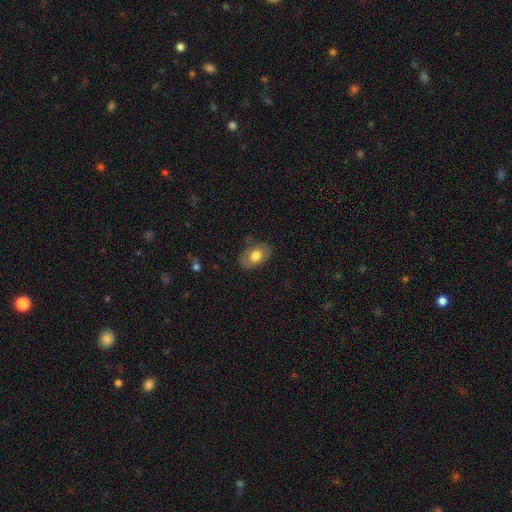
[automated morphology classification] type=smooth (71%); roundness=in between (87%); merging=none (71%).